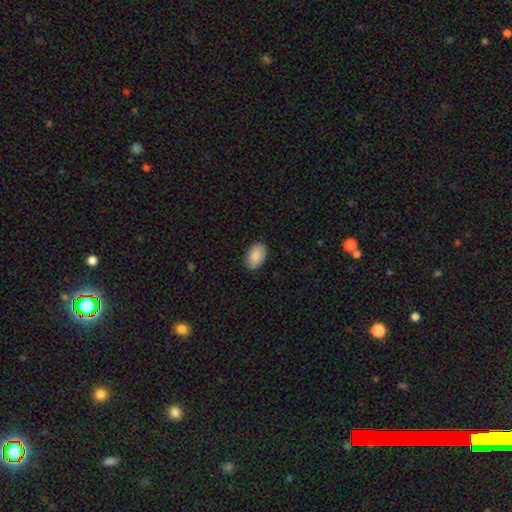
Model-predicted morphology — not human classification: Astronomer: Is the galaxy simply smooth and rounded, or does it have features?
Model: smooth — 87%.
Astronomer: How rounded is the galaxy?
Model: in between — 90%.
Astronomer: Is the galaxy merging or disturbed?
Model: none — 86%.